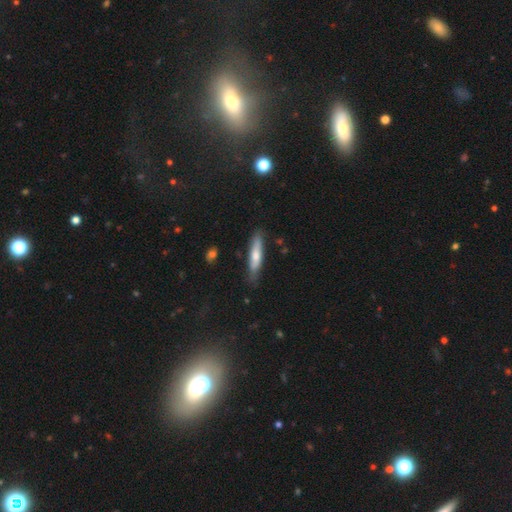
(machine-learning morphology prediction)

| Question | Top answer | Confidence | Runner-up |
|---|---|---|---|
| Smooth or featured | smooth | 61% | featured or disk (33%) |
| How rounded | cigar-shaped | 81% | in between (17%) |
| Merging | none | 78% | minor disturbance (17%) |